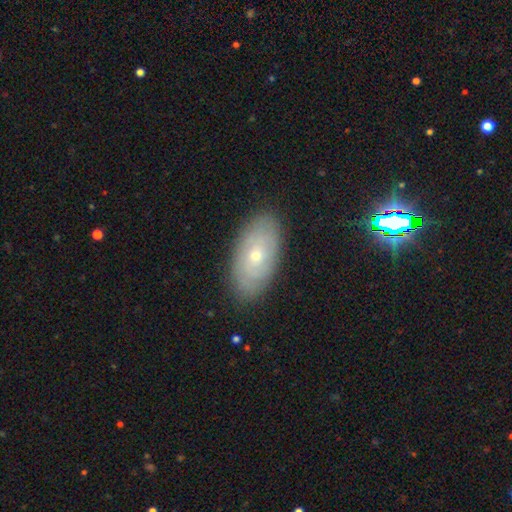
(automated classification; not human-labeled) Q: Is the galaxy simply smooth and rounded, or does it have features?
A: featured or disk — 53%.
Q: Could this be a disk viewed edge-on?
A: no — 89%.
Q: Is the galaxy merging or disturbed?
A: none — 85%.